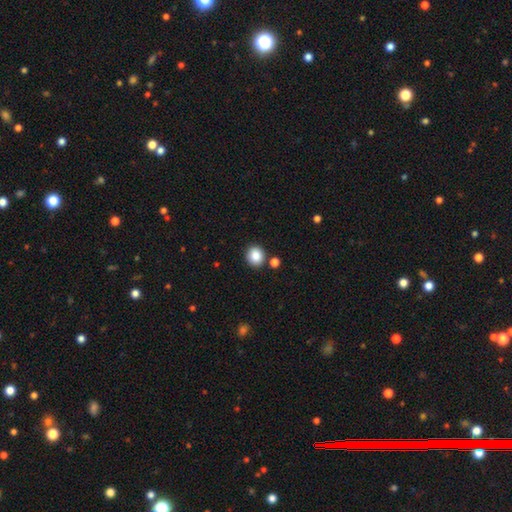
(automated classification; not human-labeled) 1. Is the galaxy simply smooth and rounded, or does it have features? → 85% smooth, 10% star or artifact, 5% featured or disk.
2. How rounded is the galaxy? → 82% round, 17% in between, 1% cigar-shaped.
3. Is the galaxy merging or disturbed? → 84% none, 7% minor disturbance, 6% merger, 2% major disturbance.